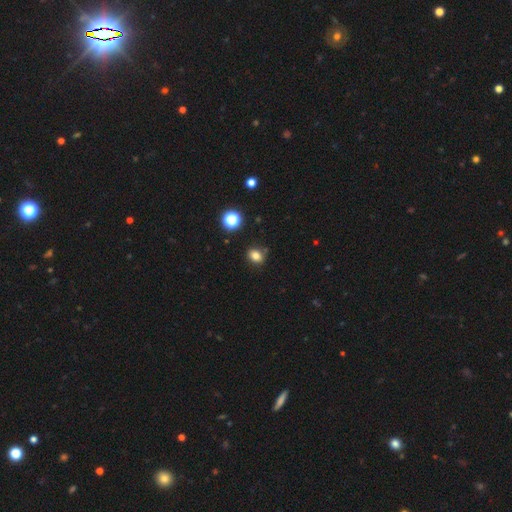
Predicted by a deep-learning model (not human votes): Smooth or featured: smooth — 80% (star or artifact — 14%)
How rounded: in between — 52% (round — 47%)
Merging: none — 81% (minor disturbance — 12%)